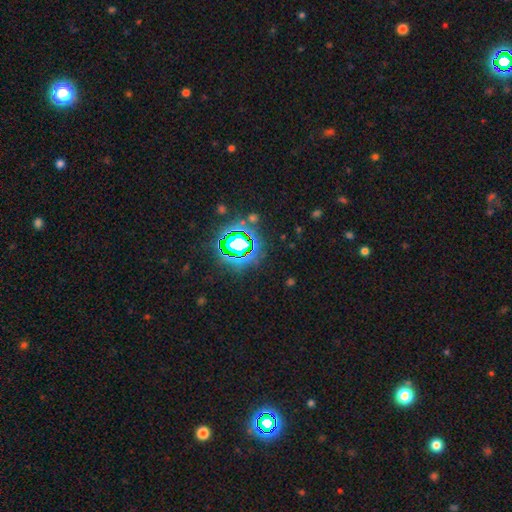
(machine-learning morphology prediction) star or artifact 83%, smooth 11%, featured or disk 6%.